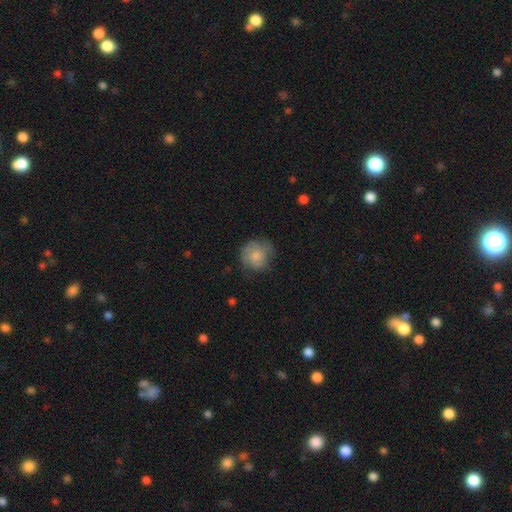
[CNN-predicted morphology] A smooth galaxy with no disk features (72%) that is round (87%).

Vote fractions:
- Smooth or featured? smooth: 72% / featured or disk: 21% / star or artifact: 7%
- How rounded? round: 87% / in between: 12% / cigar-shaped: 1%
- Merging? none: 61% / minor disturbance: 28% / major disturbance: 10% / merger: 2%